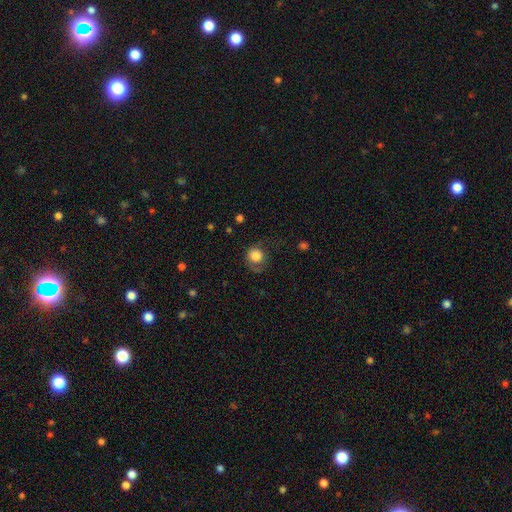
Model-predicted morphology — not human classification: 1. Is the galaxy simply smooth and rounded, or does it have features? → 80% smooth, 11% featured or disk, 9% star or artifact.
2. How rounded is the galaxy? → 85% round, 14% in between, 1% cigar-shaped.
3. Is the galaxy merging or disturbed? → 51% none, 24% minor disturbance, 23% major disturbance, 2% merger.